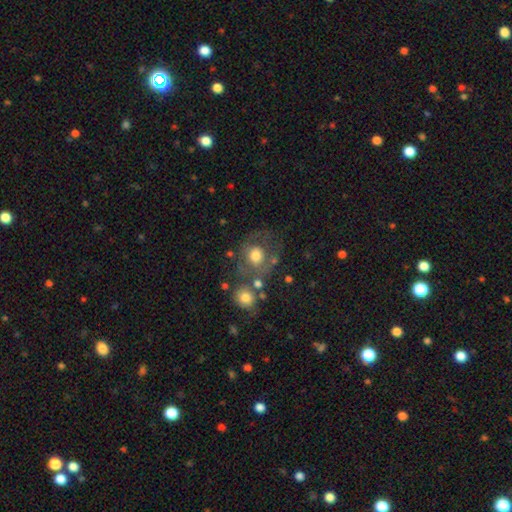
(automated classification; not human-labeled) smooth_or_featured: smooth (p=0.59) [alt: featured or disk p=0.30]
how_rounded: round (p=0.78) [alt: in between p=0.21]
merging: none (p=0.53) [alt: minor disturbance p=0.19]